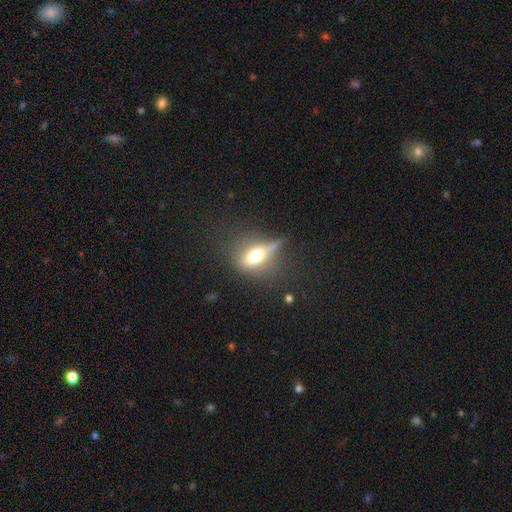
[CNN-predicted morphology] Overall: smooth (49%; featured or disk 39%). Merging: none (49%; minor disturbance 26%).